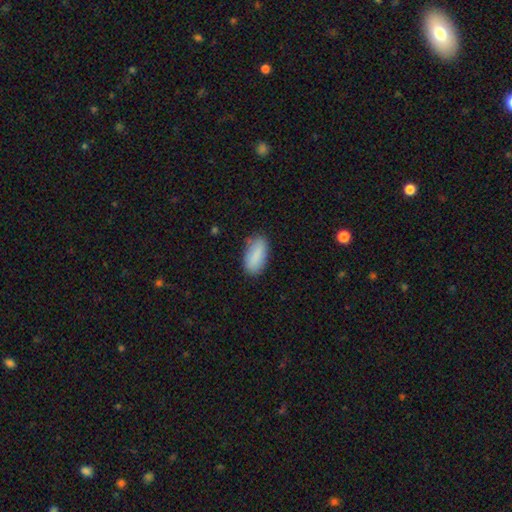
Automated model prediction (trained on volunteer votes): Smooth or featured? Predicted: smooth (p=0.86). How rounded? Predicted: in between (p=0.90). Merging? Predicted: none (p=0.81).